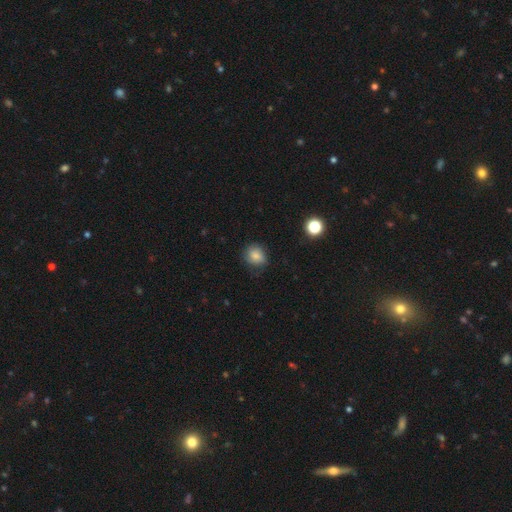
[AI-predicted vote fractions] smooth-or-featured: smooth: 80% | star or artifact: 11% | featured or disk: 9%
  how-rounded: round: 72% | in between: 27% | cigar-shaped: 1%
  merging: none: 70% | minor disturbance: 23% | major disturbance: 6% | merger: 1%